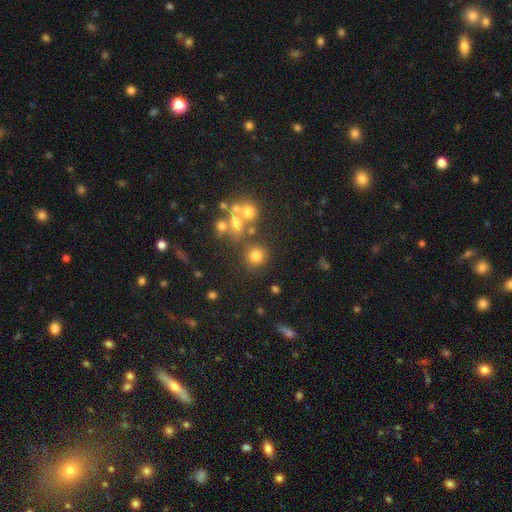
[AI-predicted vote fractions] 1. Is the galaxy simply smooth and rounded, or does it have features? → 75% smooth, 16% star or artifact, 9% featured or disk.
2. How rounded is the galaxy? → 90% round, 9% in between, 1% cigar-shaped.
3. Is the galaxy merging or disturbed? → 72% none, 13% merger, 10% minor disturbance, 5% major disturbance.